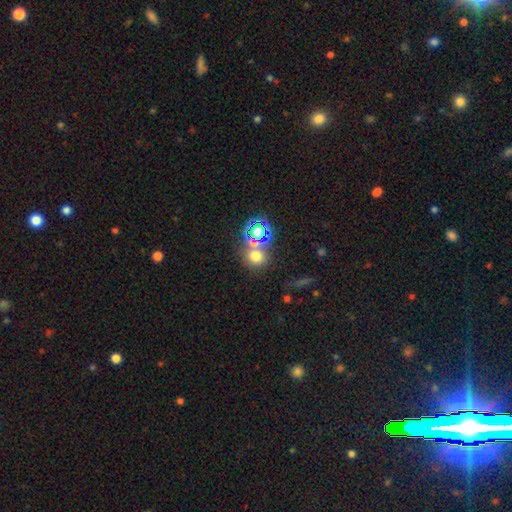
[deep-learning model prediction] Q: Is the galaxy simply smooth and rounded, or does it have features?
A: smooth — 62%.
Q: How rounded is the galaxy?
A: round — 80%.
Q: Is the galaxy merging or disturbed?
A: none — 60%.